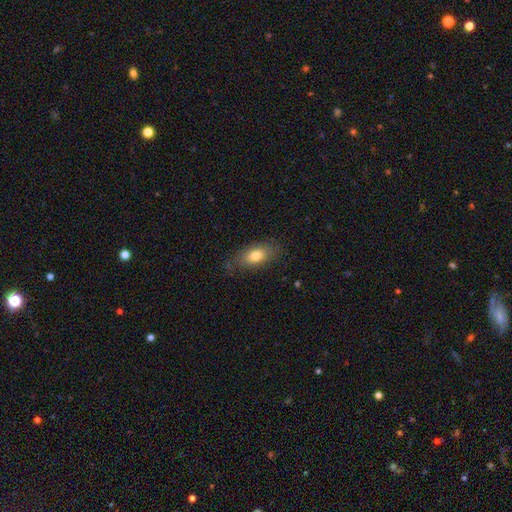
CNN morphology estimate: A smooth galaxy with no disk features (77%) that is in between round and cigar-shaped (86%).

Vote fractions:
- Smooth or featured? smooth: 77% / featured or disk: 15% / star or artifact: 7%
- How rounded? in between: 86% / cigar-shaped: 7% / round: 7%
- Merging? none: 76% / minor disturbance: 17% / major disturbance: 5% / merger: 1%